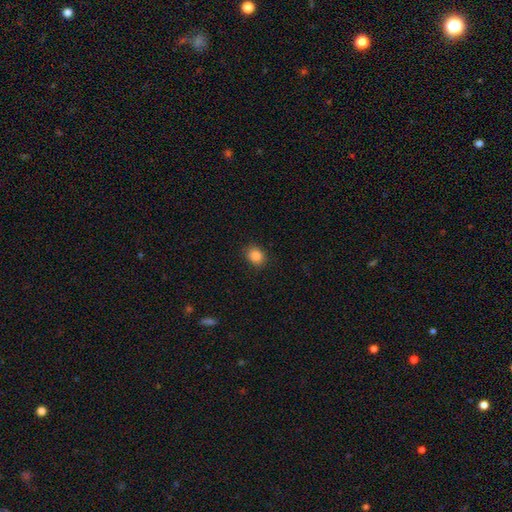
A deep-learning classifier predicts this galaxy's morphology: Smooth or featured? Predicted: smooth (p=0.86). How rounded? Predicted: round (p=0.59). Merging? Predicted: none (p=0.89).